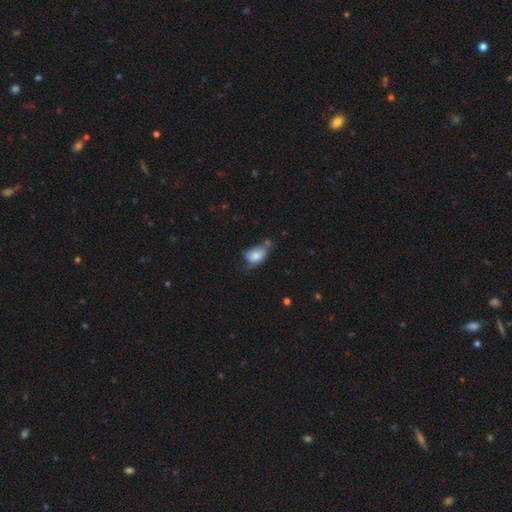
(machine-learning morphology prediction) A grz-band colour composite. It shows a smooth galaxy with no disk features (74%) that is in between round and cigar-shaped (84%). Merging: minor disturbance (36%).